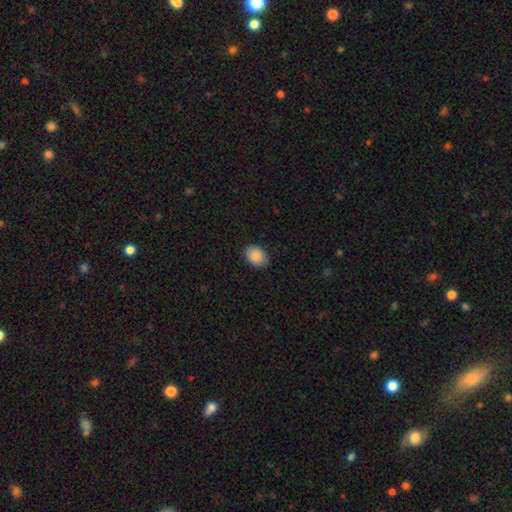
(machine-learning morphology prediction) Smooth or featured: smooth — 89% (star or artifact — 7%)
How rounded: in between — 79% (round — 20%)
Merging: none — 86% (minor disturbance — 11%)